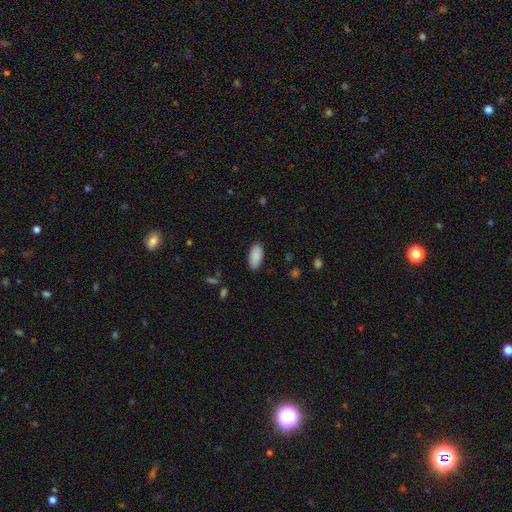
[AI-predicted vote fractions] The model was most divided on "merging": none: 87%, minor disturbance: 9%, major disturbance: 2%, merger: 1%. More confident: how rounded — in between (93%); smooth or featured — smooth (90%).